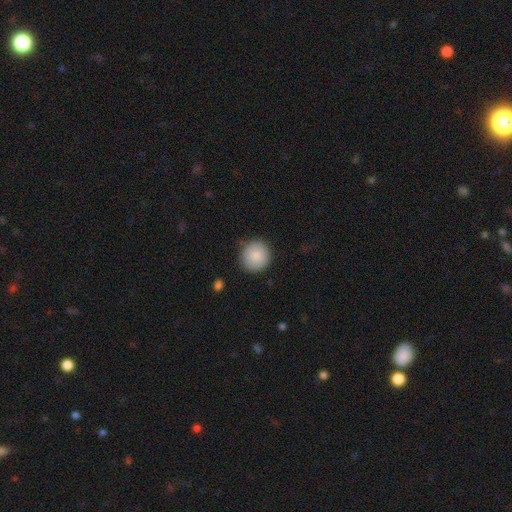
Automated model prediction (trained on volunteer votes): smooth_or_featured: smooth (p=0.85) [alt: featured or disk p=0.08]
how_rounded: round (p=0.94) [alt: in between p=0.06]
merging: none (p=0.85) [alt: minor disturbance p=0.11]